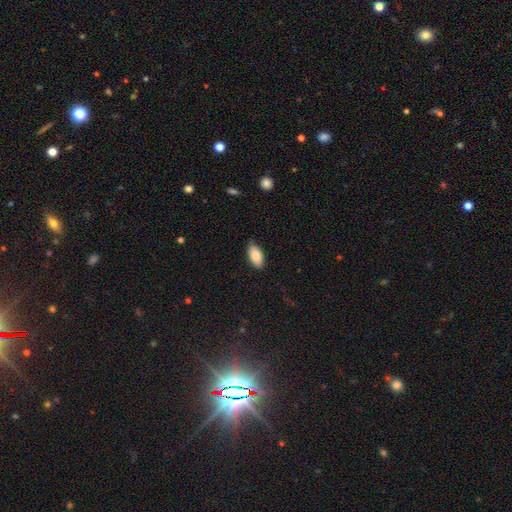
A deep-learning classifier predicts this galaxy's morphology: Smooth or featured? smooth (81%)
How rounded? in between (94%)
Merging? none (83%)